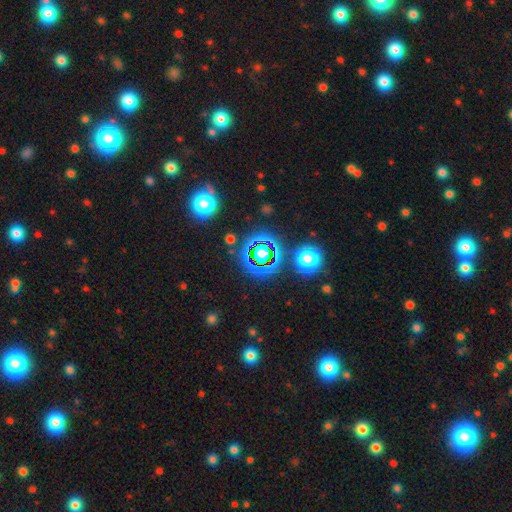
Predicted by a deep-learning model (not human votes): A star or artifact, not a galaxy (76%).

Vote fractions:
- Smooth or featured? star or artifact: 76% / smooth: 15% / featured or disk: 9%